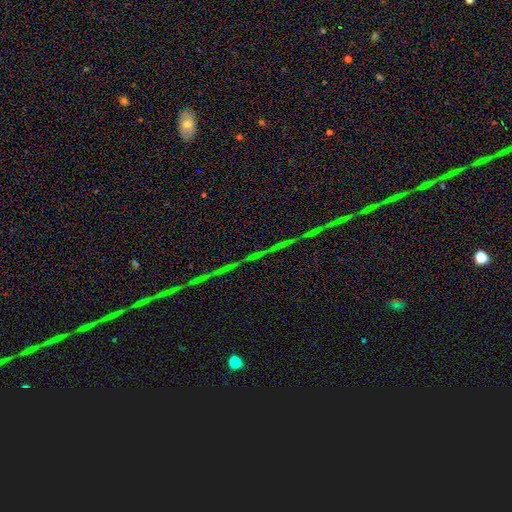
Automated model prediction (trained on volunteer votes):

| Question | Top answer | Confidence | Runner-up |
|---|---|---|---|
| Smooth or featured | star or artifact | 81% | smooth (10%) |